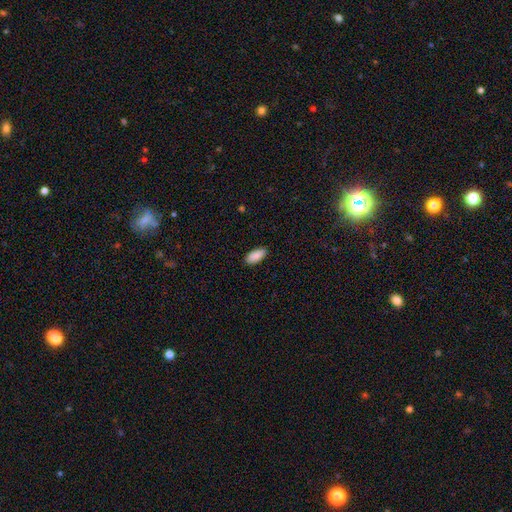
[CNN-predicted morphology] smooth 91%, star or artifact 6%, featured or disk 4%. Down the decision tree: how rounded — in between (90%); merging — none (89%).